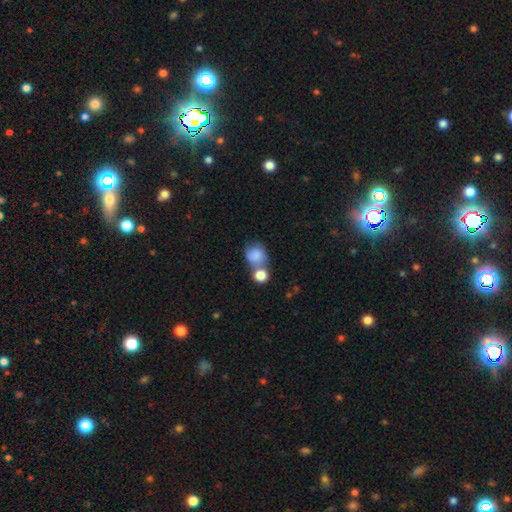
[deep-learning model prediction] This appears to be a smooth galaxy with no disk features (81%) that is round (72%). Merging: merger (48%).